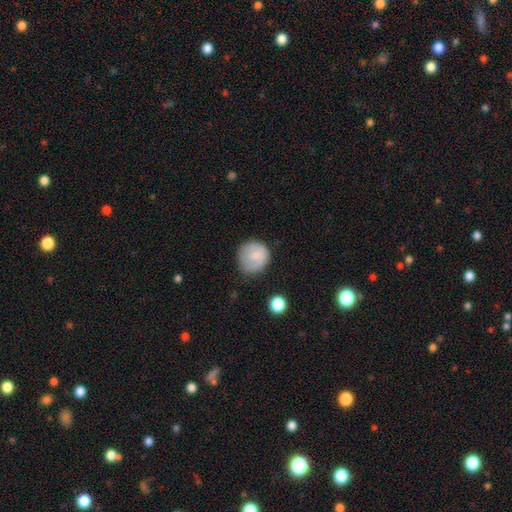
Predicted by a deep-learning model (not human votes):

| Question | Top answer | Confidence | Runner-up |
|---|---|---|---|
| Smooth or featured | smooth | 64% | featured or disk (29%) |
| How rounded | round | 86% | in between (13%) |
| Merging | none | 64% | minor disturbance (25%) |